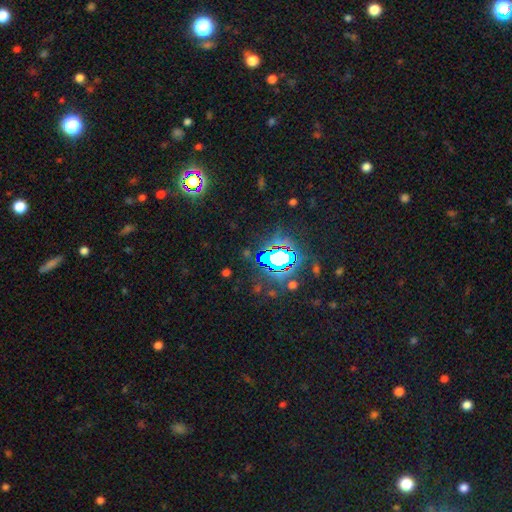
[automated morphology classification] The model was most divided on "smooth or featured": star or artifact: 75%, smooth: 16%, featured or disk: 10%.